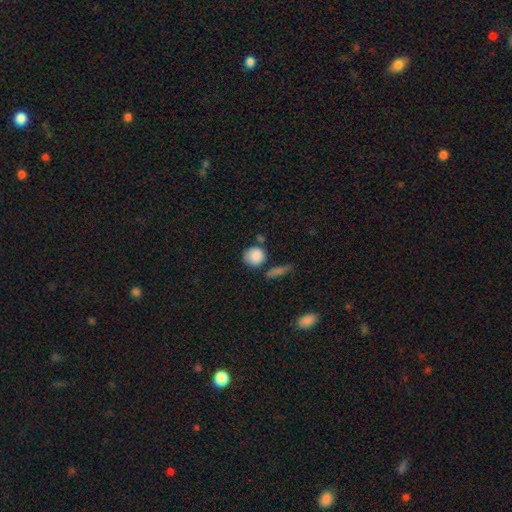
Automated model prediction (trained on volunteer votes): Morphology: type=smooth (86%); roundness=round (83%); merging=none (63%).